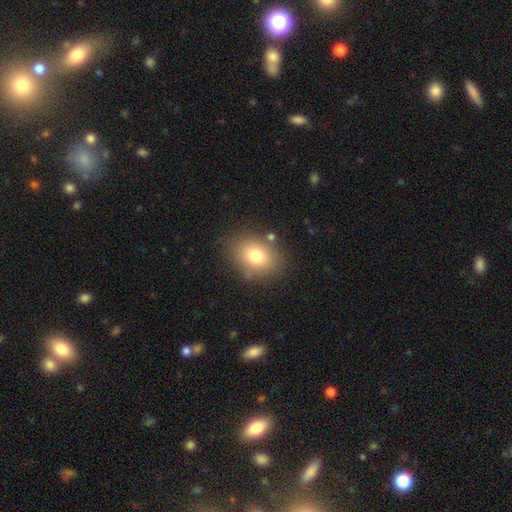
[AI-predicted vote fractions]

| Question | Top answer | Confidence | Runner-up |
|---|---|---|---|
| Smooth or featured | smooth | 77% | featured or disk (12%) |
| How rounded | in between | 61% | round (38%) |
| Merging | none | 79% | minor disturbance (13%) |